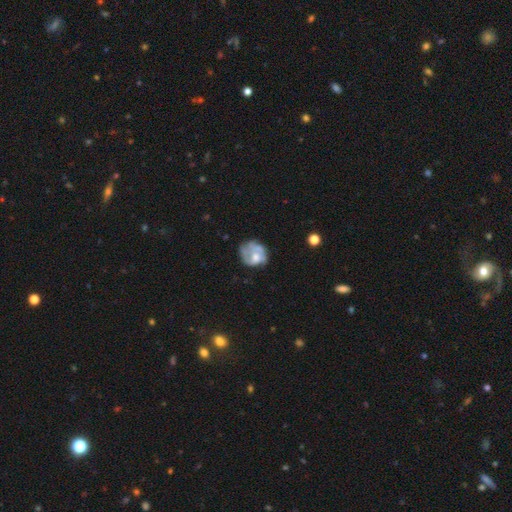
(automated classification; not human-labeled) Q: Smooth or featured?
A: featured or disk (51%); runner-up: smooth (40%)
Q: Edge-on disk?
A: no (98%); runner-up: yes (2%)
Q: Bar?
A: no (82%); runner-up: weak (15%)
Q: Spiral arms?
A: no (63%); runner-up: yes (37%)
Q: Bulge size?
A: moderate (54%); runner-up: small (21%)
Q: Merging?
A: none (42%); runner-up: minor disturbance (27%)